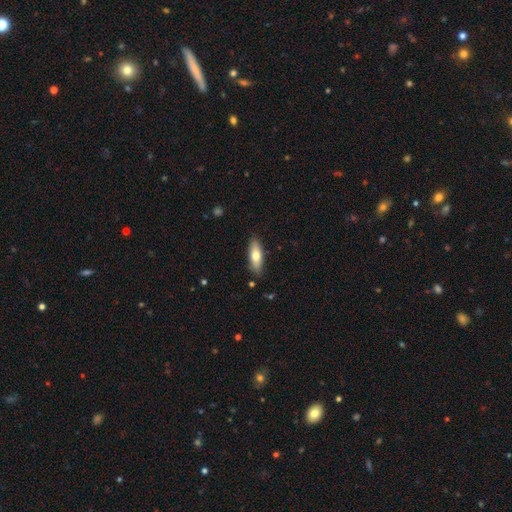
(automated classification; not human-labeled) Smooth or featured?
  - smooth: 68% *
  - featured or disk: 26%
  - star or artifact: 6%
How rounded?
  - in between: 60% *
  - cigar-shaped: 37%
  - round: 2%
Merging?
  - none: 86% *
  - minor disturbance: 10%
  - major disturbance: 2%
  - merger: 1%